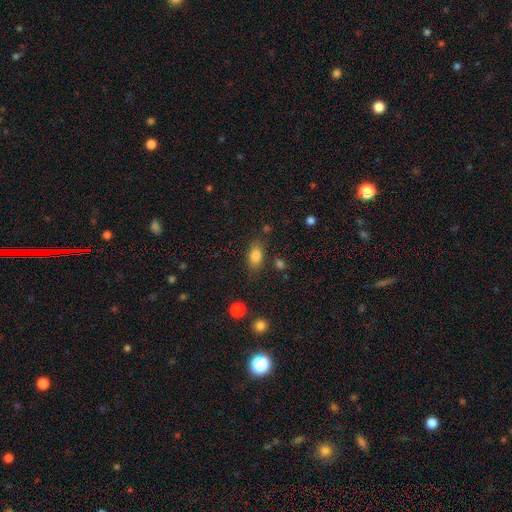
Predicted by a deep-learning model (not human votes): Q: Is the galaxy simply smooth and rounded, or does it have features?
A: smooth — 81%.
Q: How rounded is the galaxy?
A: in between — 84%.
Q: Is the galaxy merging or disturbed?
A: none — 78%.